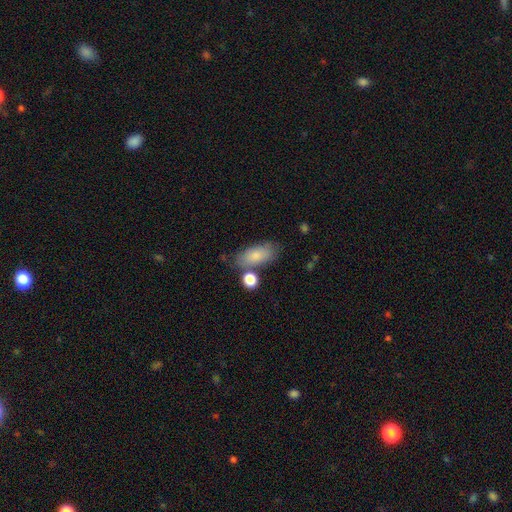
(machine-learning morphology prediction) smooth_or_featured: smooth (p=0.82) [alt: featured or disk p=0.11]
how_rounded: in between (p=0.85) [alt: cigar-shaped p=0.11]
merging: none (p=0.67) [alt: minor disturbance p=0.16]